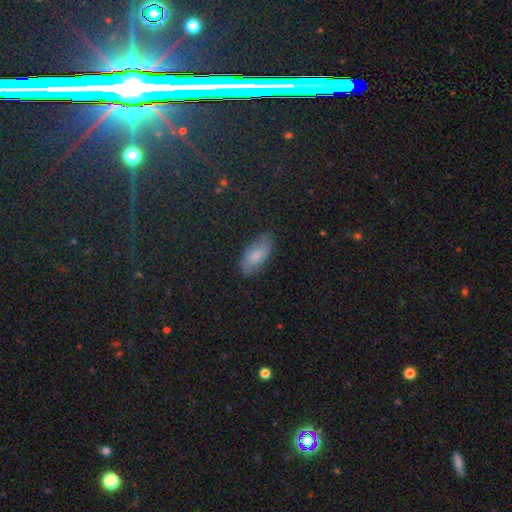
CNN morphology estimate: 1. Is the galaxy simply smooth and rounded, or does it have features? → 68% smooth, 21% featured or disk, 10% star or artifact.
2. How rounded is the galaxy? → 91% in between, 7% cigar-shaped, 3% round.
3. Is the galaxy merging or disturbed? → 77% none, 18% minor disturbance, 4% major disturbance, 1% merger.